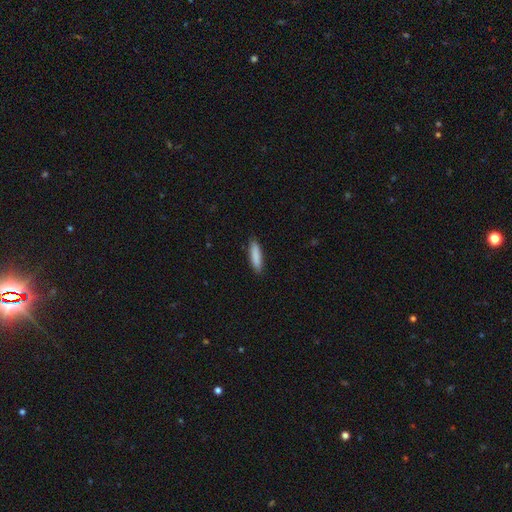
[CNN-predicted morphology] A smooth galaxy with no disk features (88%) that is cigar-shaped (72%).

Vote fractions:
- Smooth or featured? smooth: 88% / featured or disk: 6% / star or artifact: 6%
- How rounded? cigar-shaped: 72% / in between: 27% / round: 1%
- Merging? none: 89% / minor disturbance: 8% / major disturbance: 2% / merger: 1%